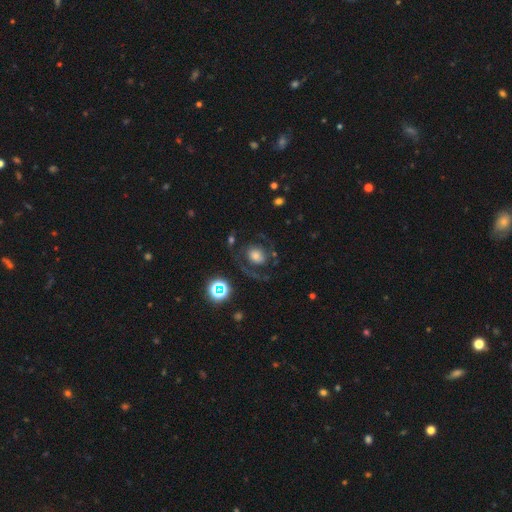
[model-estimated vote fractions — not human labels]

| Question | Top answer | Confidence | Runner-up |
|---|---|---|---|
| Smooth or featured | featured or disk | 49% | smooth (37%) |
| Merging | none | 60% | major disturbance (21%) |